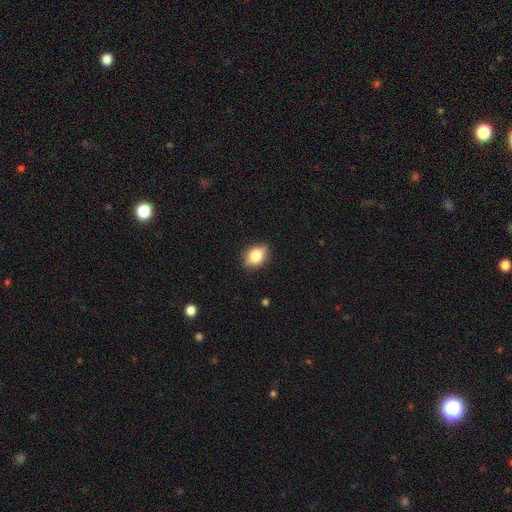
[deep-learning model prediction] A smooth galaxy with no disk features (78%) that is in between round and cigar-shaped (71%). Merging: none (81%).